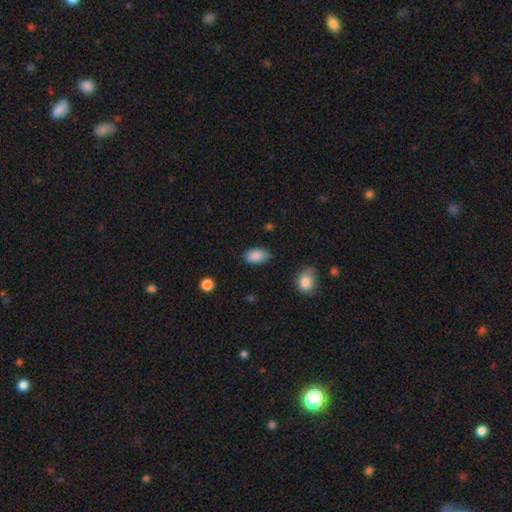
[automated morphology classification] A smooth galaxy with no disk features (88%) that is in between round and cigar-shaped (94%).

Vote fractions:
- Smooth or featured? smooth: 88% / star or artifact: 7% / featured or disk: 5%
- How rounded? in between: 94% / round: 5% / cigar-shaped: 2%
- Merging? none: 84% / minor disturbance: 12% / major disturbance: 3% / merger: 1%